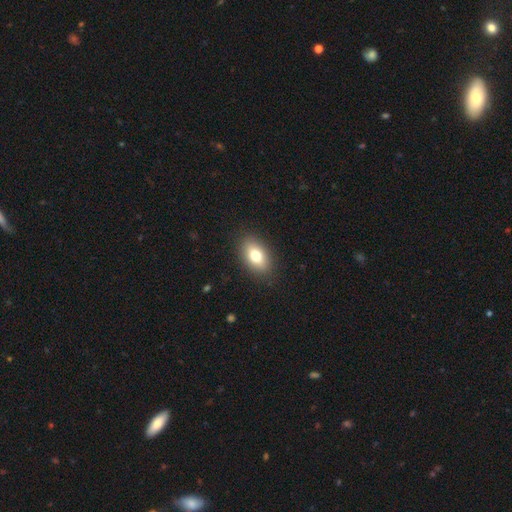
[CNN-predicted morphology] type=smooth (77%); roundness=in between (88%); merging=none (87%).